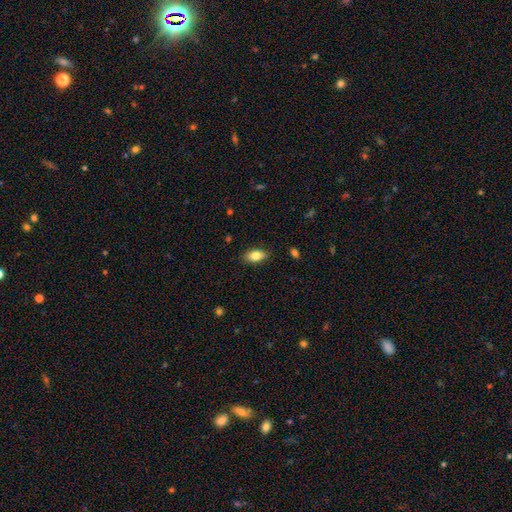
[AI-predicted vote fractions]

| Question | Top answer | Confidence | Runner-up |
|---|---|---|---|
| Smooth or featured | smooth | 81% | featured or disk (11%) |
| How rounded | in between | 89% | round (5%) |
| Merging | none | 86% | minor disturbance (10%) |